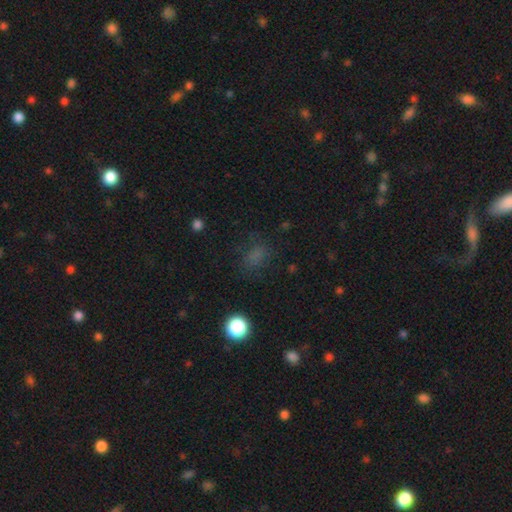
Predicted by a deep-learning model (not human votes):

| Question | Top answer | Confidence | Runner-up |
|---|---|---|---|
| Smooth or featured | smooth | 65% | star or artifact (27%) |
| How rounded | in between | 62% | round (35%) |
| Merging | none | 69% | minor disturbance (18%) |